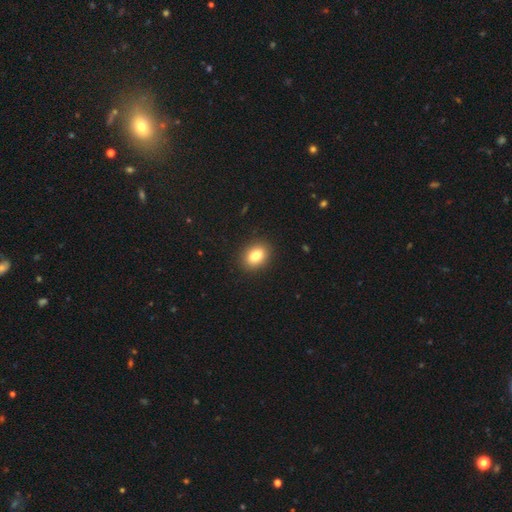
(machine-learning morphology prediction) Smooth or featured?
  - smooth: 84% *
  - star or artifact: 9%
  - featured or disk: 7%
How rounded?
  - in between: 74% *
  - round: 25%
  - cigar-shaped: 1%
Merging?
  - none: 89% *
  - minor disturbance: 8%
  - major disturbance: 2%
  - merger: 1%